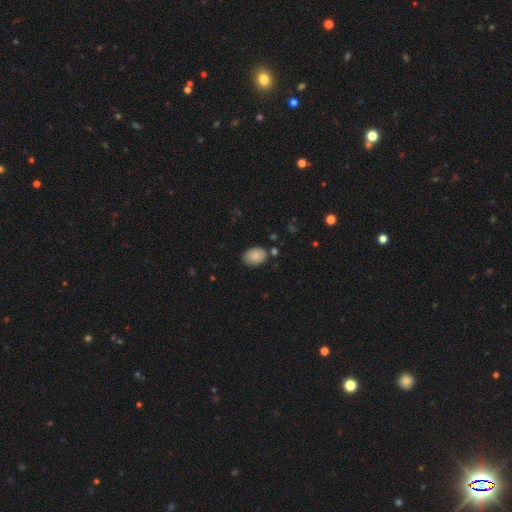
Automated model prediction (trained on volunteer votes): Smooth or featured: smooth — 85% (star or artifact — 8%)
How rounded: in between — 75% (round — 24%)
Merging: none — 76% (minor disturbance — 17%)